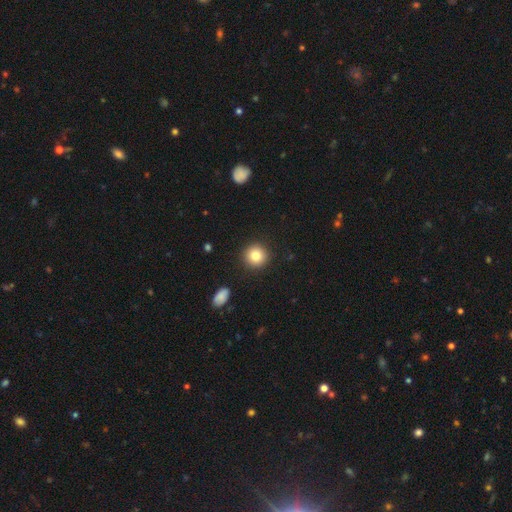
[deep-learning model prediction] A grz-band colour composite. It shows a smooth galaxy with no disk features (82%) that is round (93%). Merging: none (91%).